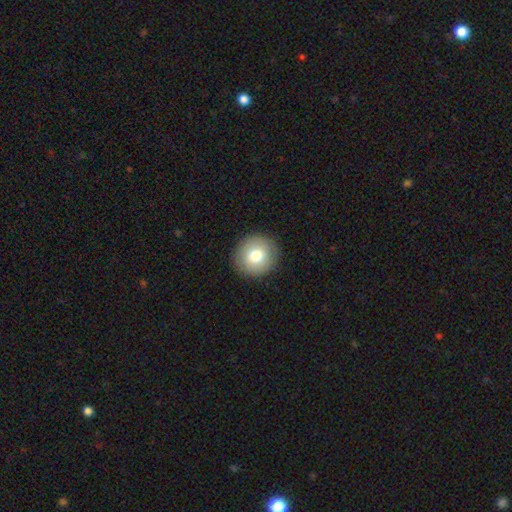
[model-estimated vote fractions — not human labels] Smooth or featured? smooth (77%)
How rounded? round (93%)
Merging? none (91%)